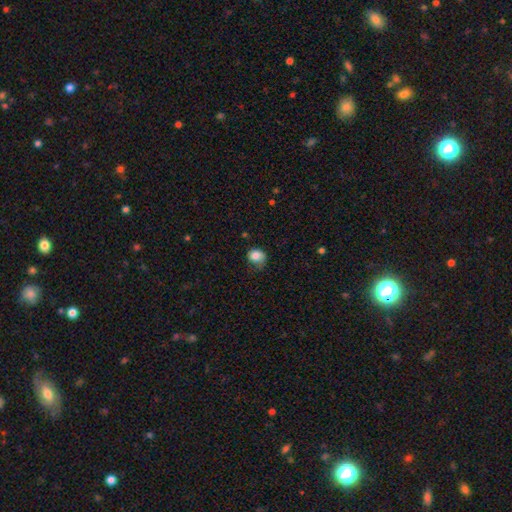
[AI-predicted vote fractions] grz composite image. It shows a smooth galaxy with no disk features (83%) that is round (65%). Merging: none (41%).